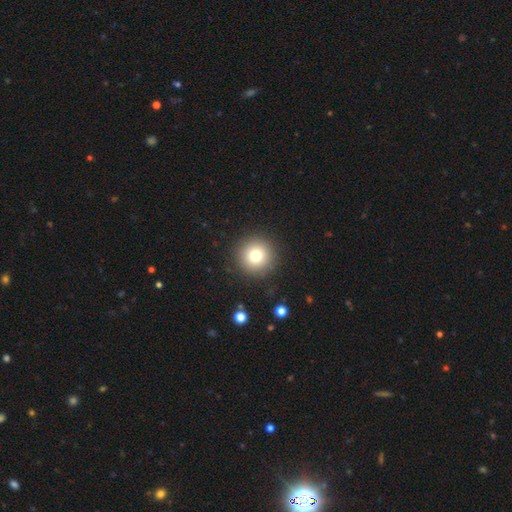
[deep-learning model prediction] Smooth or featured?
  - smooth: 77% *
  - star or artifact: 13%
  - featured or disk: 10%
How rounded?
  - round: 96% *
  - in between: 3%
  - cigar-shaped: 1%
Merging?
  - none: 91% *
  - minor disturbance: 6%
  - major disturbance: 2%
  - merger: 1%